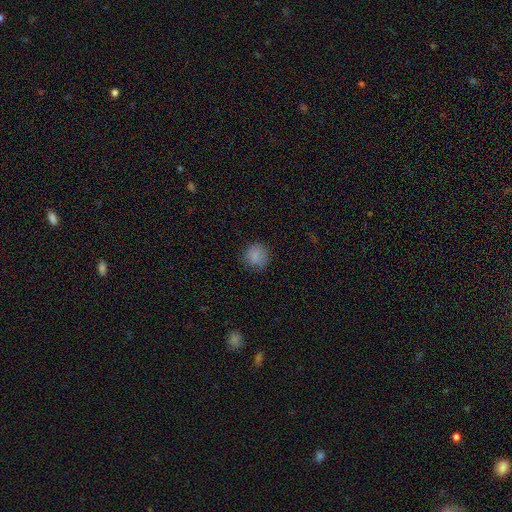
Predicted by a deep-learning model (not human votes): Smooth or featured? Predicted: smooth (p=0.85). How rounded? Predicted: round (p=0.91). Merging? Predicted: none (p=0.82).